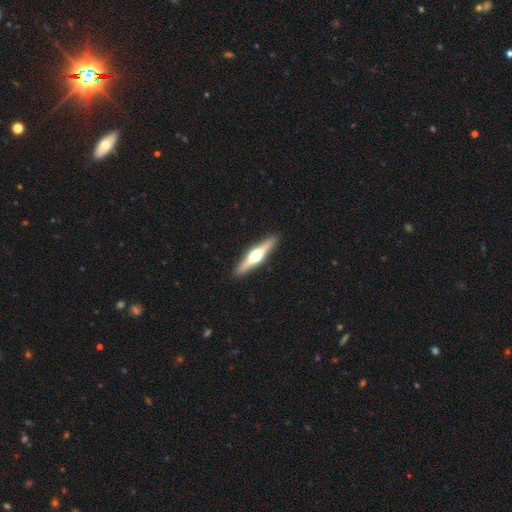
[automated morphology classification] Q: Smooth or featured?
A: featured or disk (68%); runner-up: smooth (27%)
Q: Edge-on disk?
A: yes (97%); runner-up: no (3%)
Q: Edge-on bulge?
A: rounded (95%); runner-up: boxy (3%)
Q: Merging?
A: none (92%); runner-up: minor disturbance (6%)